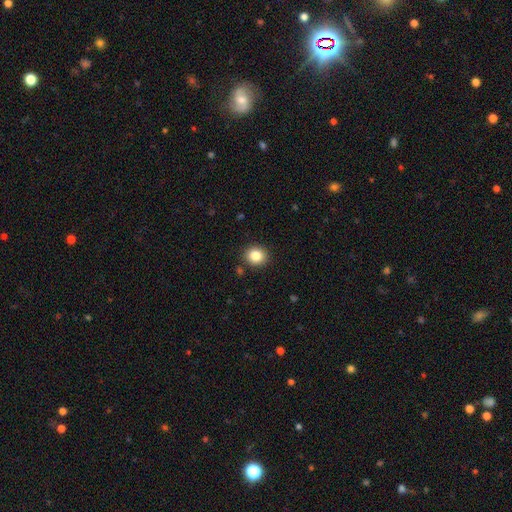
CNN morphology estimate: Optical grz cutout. It shows a smooth galaxy with no disk features (84%) that is round (80%). Merging: none (90%).